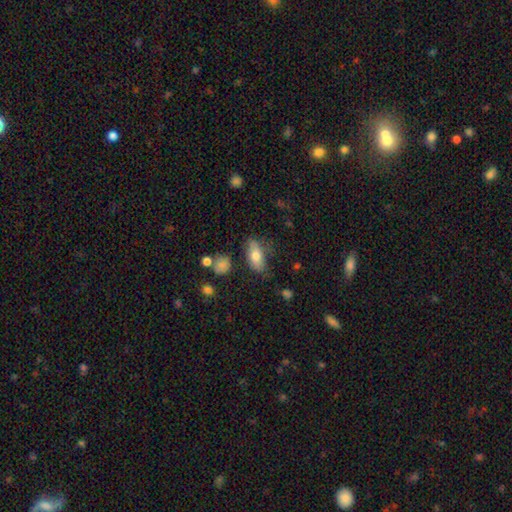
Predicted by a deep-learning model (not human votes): This is likely a smooth galaxy (74%). How rounded: clearly in between (85%). Merging: likely none (64%).